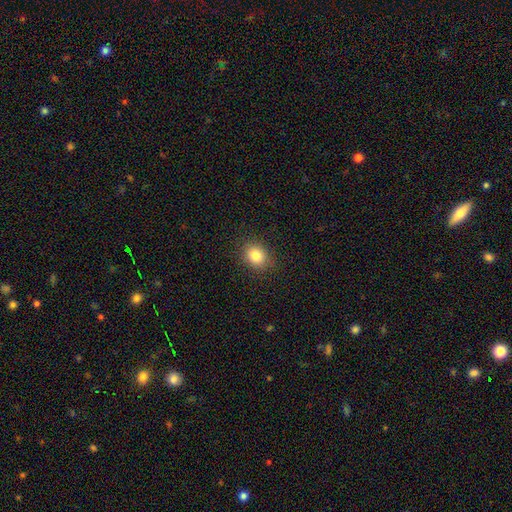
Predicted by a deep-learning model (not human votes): smooth-or-featured: smooth: 82% | star or artifact: 11% | featured or disk: 7%
  how-rounded: round: 63% | in between: 37% | cigar-shaped: 1%
  merging: none: 89% | minor disturbance: 8% | major disturbance: 2% | merger: 1%